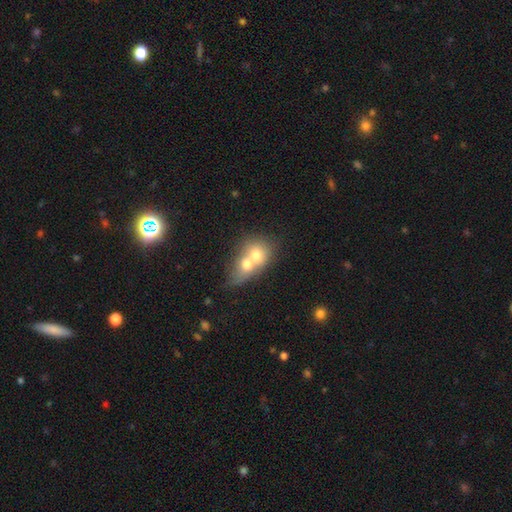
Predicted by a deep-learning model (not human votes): A smooth galaxy with no disk features (64%) that is in between round and cigar-shaped (50%). Merging: merger (78%).